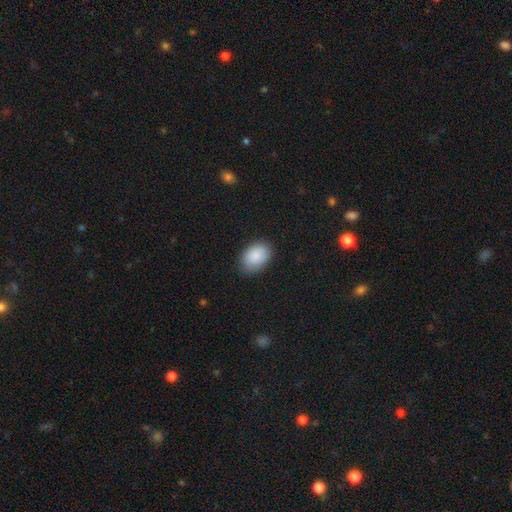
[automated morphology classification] Smooth or featured? smooth (89%)
How rounded? in between (84%)
Merging? none (82%)